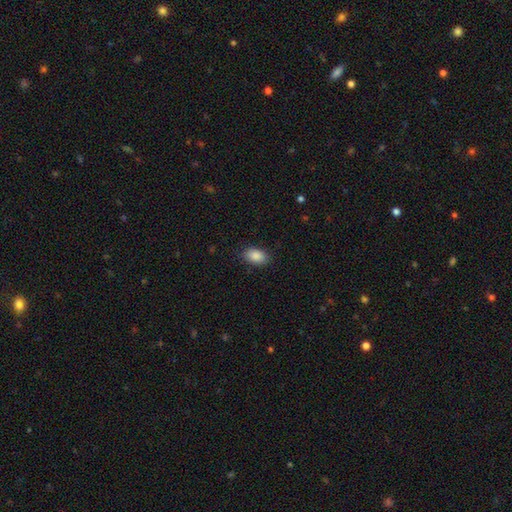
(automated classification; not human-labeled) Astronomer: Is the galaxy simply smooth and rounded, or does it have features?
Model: smooth — 89%.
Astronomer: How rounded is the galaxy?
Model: in between — 89%.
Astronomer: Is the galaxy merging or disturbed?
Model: none — 85%.